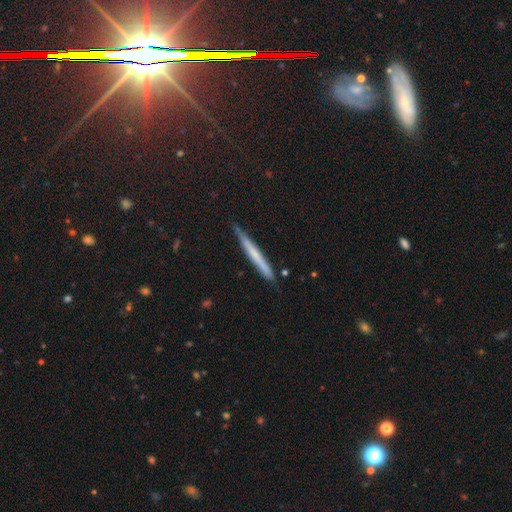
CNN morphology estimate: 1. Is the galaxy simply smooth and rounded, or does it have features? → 54% smooth, 39% featured or disk, 7% star or artifact.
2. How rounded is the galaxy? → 97% cigar-shaped, 2% in between, 1% round.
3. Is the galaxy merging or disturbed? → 82% none, 14% minor disturbance, 2% major disturbance, 2% merger.